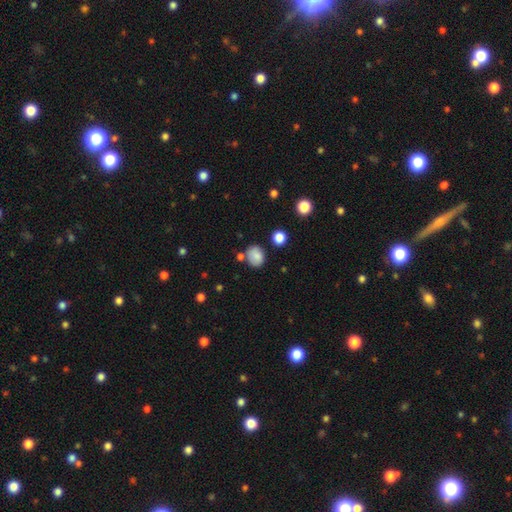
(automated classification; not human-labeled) Smooth or featured?
  - smooth: 83% *
  - star or artifact: 10%
  - featured or disk: 7%
How rounded?
  - round: 55% *
  - in between: 44%
  - cigar-shaped: 1%
Merging?
  - none: 72% *
  - minor disturbance: 15%
  - merger: 9%
  - major disturbance: 4%